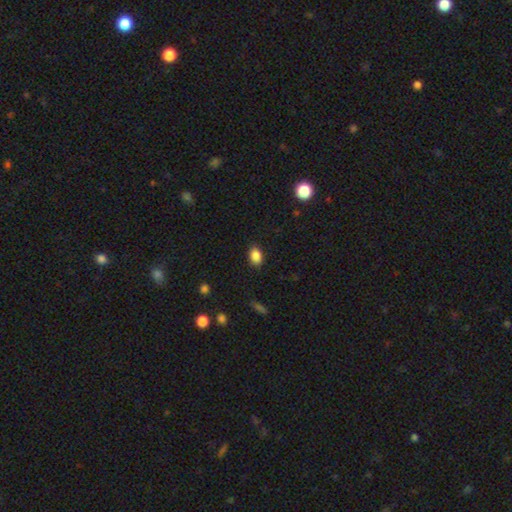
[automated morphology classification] Smooth or featured? Predicted: smooth (p=0.87). How rounded? Predicted: in between (p=0.81). Merging? Predicted: none (p=0.87).